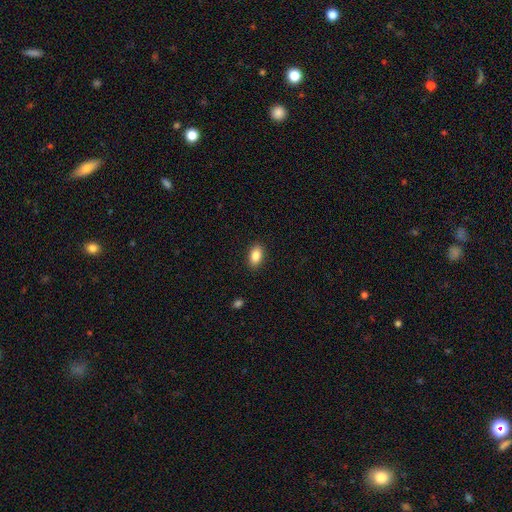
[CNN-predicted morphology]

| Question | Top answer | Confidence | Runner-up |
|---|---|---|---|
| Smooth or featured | smooth | 86% | star or artifact (8%) |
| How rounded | in between | 90% | round (7%) |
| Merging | none | 89% | minor disturbance (8%) |